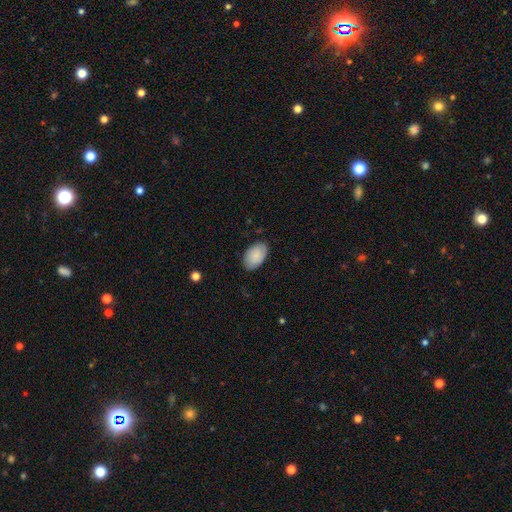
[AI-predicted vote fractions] smooth_or_featured: smooth (p=0.86) [alt: featured or disk p=0.08]
how_rounded: in between (p=0.93) [alt: round p=0.06]
merging: none (p=0.83) [alt: minor disturbance p=0.13]